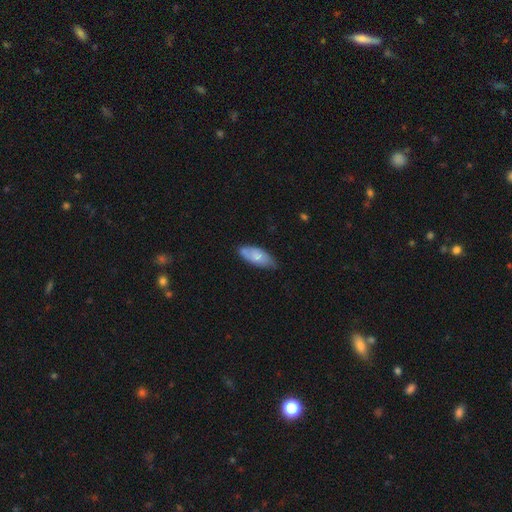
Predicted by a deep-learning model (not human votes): smooth 70%, featured or disk 24%, star or artifact 6%. Down the decision tree: how rounded — in between (84%); merging — none (65%).